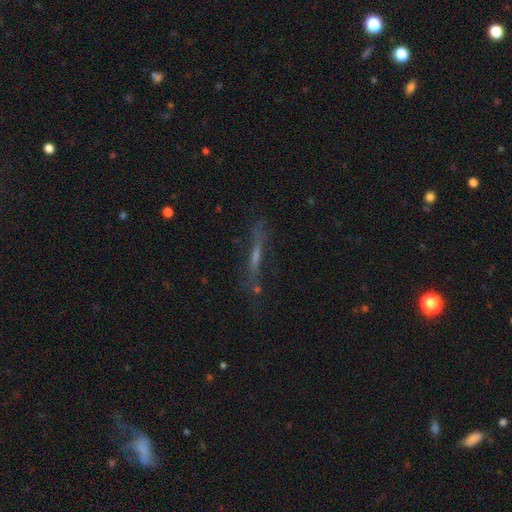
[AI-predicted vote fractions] Smooth or featured: featured or disk — 55% (smooth — 29%)
Edge-on disk: yes — 78% (no — 22%)
Merging: none — 68% (minor disturbance — 18%)